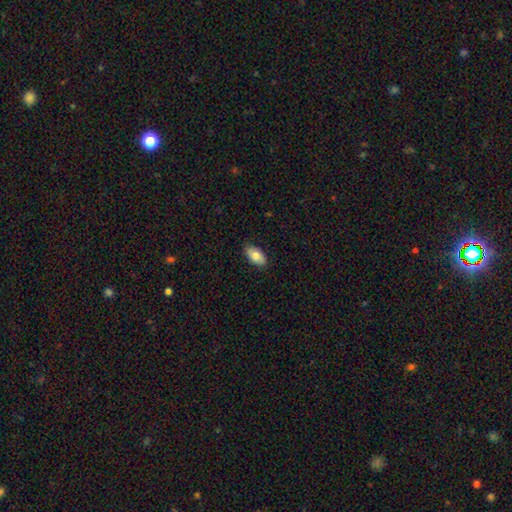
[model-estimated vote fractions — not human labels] Q: Smooth or featured?
A: smooth (76%); runner-up: featured or disk (18%)
Q: How rounded?
A: in between (94%); runner-up: round (4%)
Q: Merging?
A: none (86%); runner-up: minor disturbance (11%)